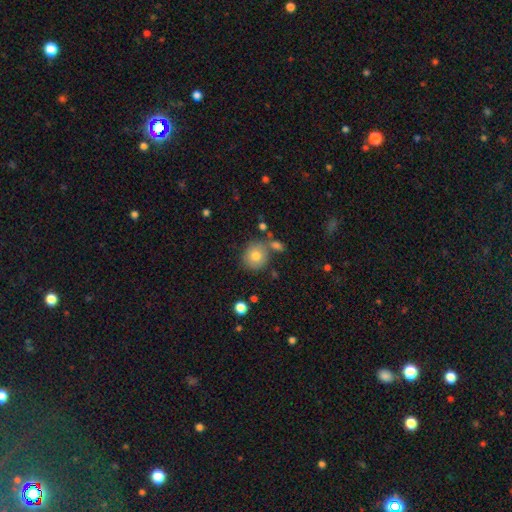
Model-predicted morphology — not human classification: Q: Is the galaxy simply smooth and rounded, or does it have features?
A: smooth — 78%.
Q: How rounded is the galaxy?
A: round — 86%.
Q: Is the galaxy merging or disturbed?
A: none — 70%.